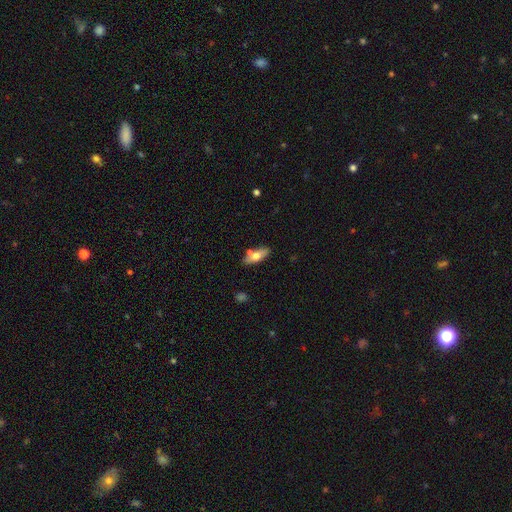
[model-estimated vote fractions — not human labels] This is likely a smooth galaxy (62%). How rounded: likely in between (70%). Merging: likely none (74%).